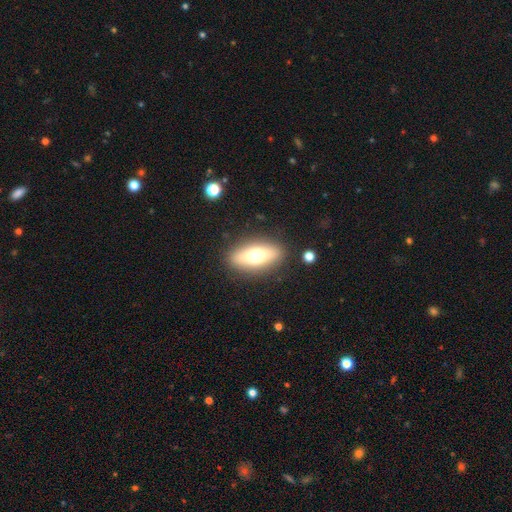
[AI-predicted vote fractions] smooth-or-featured: smooth: 58% | featured or disk: 33% | star or artifact: 9%
  how-rounded: in between: 71% | cigar-shaped: 22% | round: 7%
  merging: none: 87% | minor disturbance: 8% | major disturbance: 3% | merger: 2%